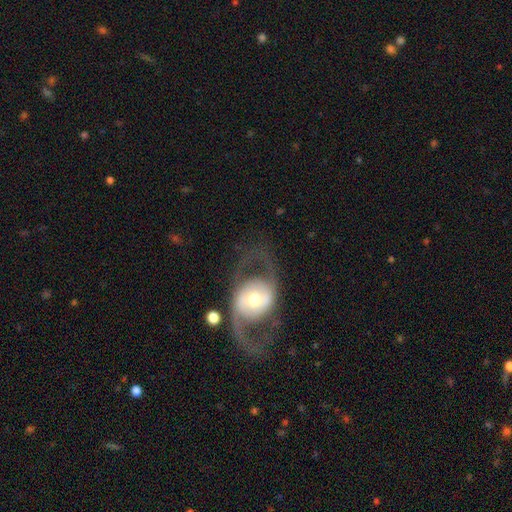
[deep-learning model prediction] smooth-or-featured: featured or disk: 84% | smooth: 10% | star or artifact: 6%
  disk-edge-on: no: 96% | yes: 4%
    bar: no: 56% | weak: 27% | strong: 17%
    has-spiral-arms: yes: 87% | no: 13%
      spiral-winding: medium: 47% | loose: 39% | tight: 14%
      spiral-arm-count: 2: 91% | can't tell: 4% | 1: 2% | 3: 1% | 4: 1% | more than 4: 1%
    bulge-size: moderate: 52% | small: 31% | large: 13% | dominant: 3% | none: 1%
  merging: none: 68% | major disturbance: 16% | minor disturbance: 12% | merger: 3%